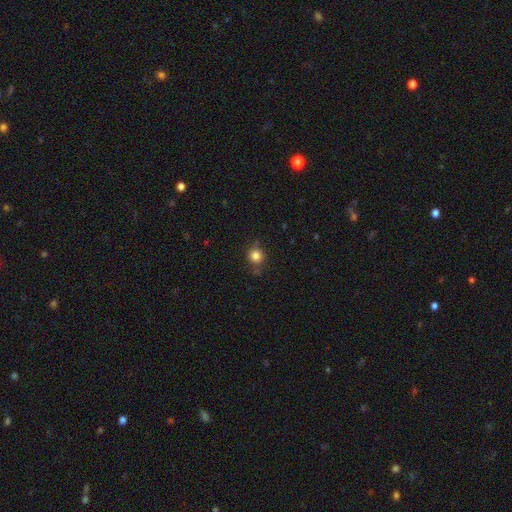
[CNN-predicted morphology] Q: Smooth or featured?
A: smooth (83%); runner-up: star or artifact (12%)
Q: How rounded?
A: round (89%); runner-up: in between (10%)
Q: Merging?
A: none (79%); runner-up: minor disturbance (14%)